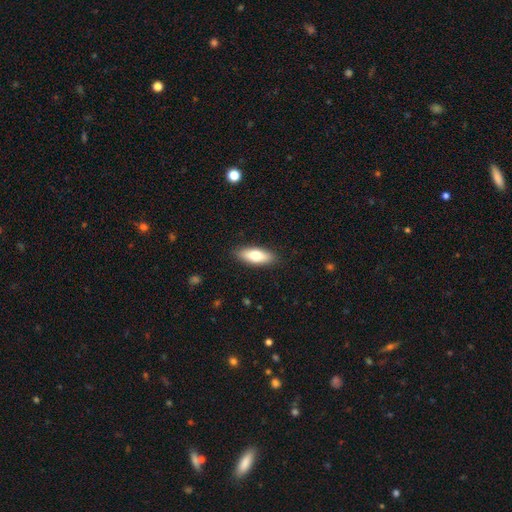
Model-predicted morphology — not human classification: type=smooth (71%); roundness=in between (73%); merging=none (89%).